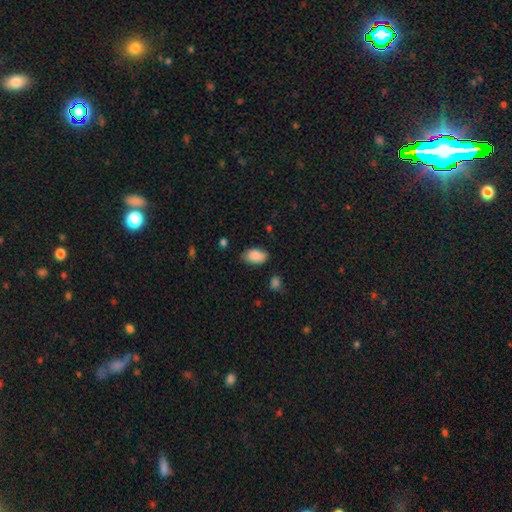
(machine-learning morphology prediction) Smooth or featured? Predicted: smooth (p=0.89). How rounded? Predicted: in between (p=0.92). Merging? Predicted: none (p=0.75).